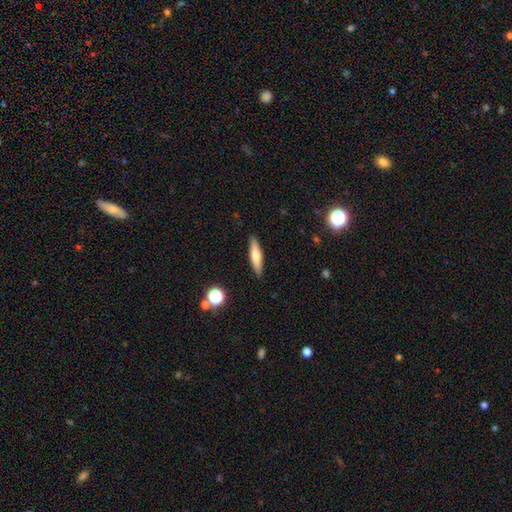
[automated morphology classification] smooth-or-featured: smooth: 59% | featured or disk: 34% | star or artifact: 7%
  how-rounded: cigar-shaped: 77% | in between: 21% | round: 2%
  merging: none: 90% | minor disturbance: 7% | major disturbance: 2% | merger: 1%